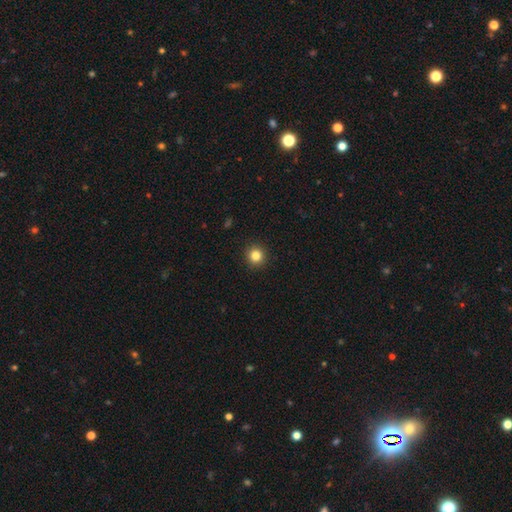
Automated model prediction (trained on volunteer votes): smooth-or-featured: smooth: 83% | star or artifact: 12% | featured or disk: 5%
  how-rounded: round: 93% | in between: 6% | cigar-shaped: 1%
  merging: none: 93% | minor disturbance: 5% | major disturbance: 2% | merger: 1%